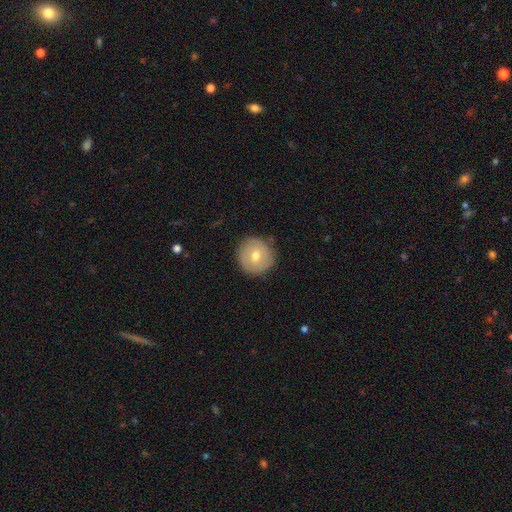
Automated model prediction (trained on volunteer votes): This appears to be a smooth galaxy with no disk features (64%) that is round (94%). Merging: none (88%).